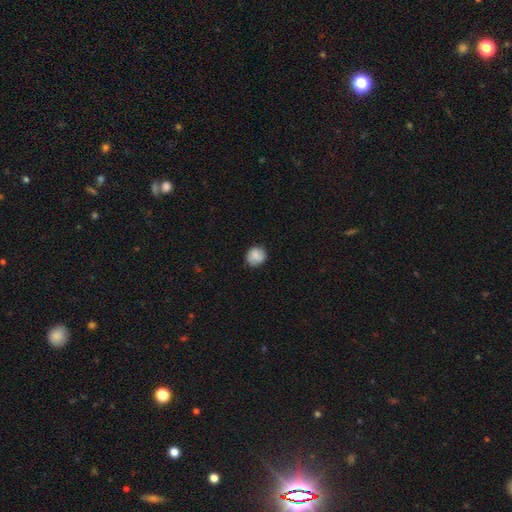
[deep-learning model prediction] The model was most divided on "smooth or featured": smooth: 79%, featured or disk: 13%, star or artifact: 8%. More confident: how rounded — round (85%); merging — none (81%).